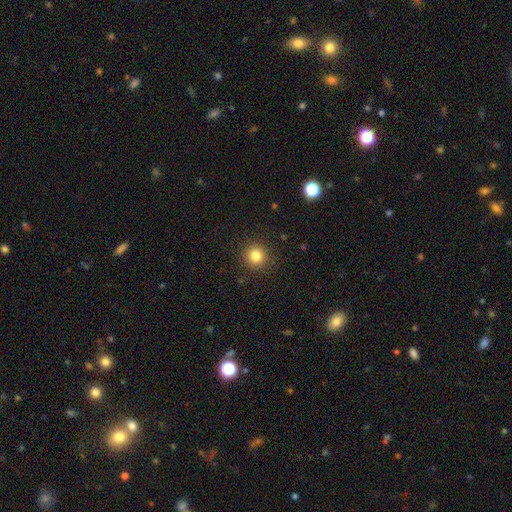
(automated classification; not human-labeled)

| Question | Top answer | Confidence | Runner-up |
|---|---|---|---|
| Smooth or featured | smooth | 82% | star or artifact (12%) |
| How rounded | round | 94% | in between (5%) |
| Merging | none | 90% | minor disturbance (6%) |